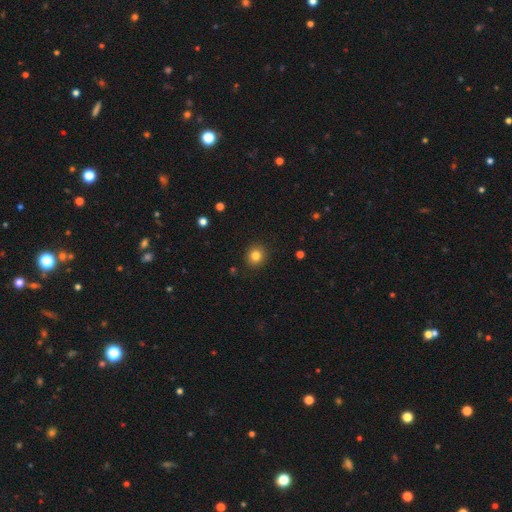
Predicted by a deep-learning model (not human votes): This is clearly a smooth galaxy (82%). How rounded: clearly round (86%). Merging: clearly none (91%).